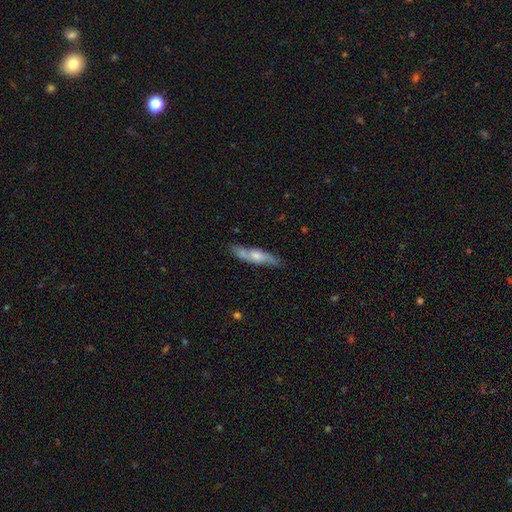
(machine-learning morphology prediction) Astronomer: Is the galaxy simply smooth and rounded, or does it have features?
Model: featured or disk — 48% (runner-up: smooth, 46%).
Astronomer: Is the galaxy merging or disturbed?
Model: none — 74%.